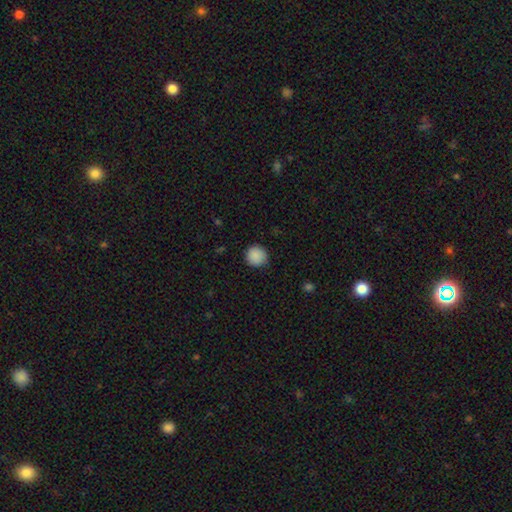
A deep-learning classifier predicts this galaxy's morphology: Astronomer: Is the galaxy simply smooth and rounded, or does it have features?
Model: smooth — 89%.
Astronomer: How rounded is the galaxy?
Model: round — 94%.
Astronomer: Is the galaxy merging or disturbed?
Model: none — 86%.